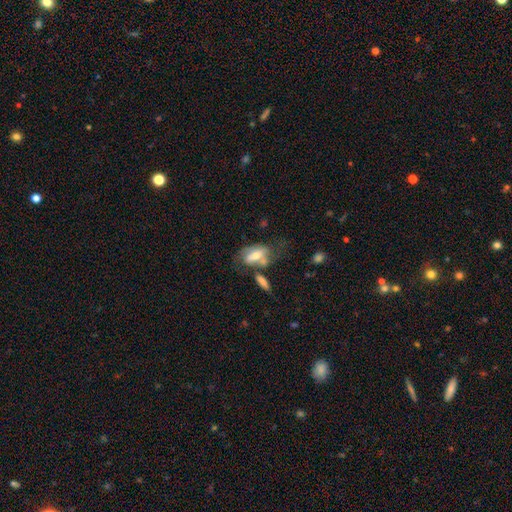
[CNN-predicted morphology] This is possibly a smooth galaxy (53%). How rounded: clearly in between (86%). Merging: marginally none (37%).